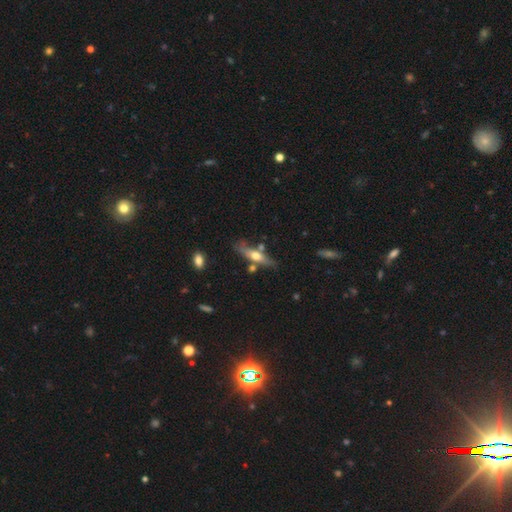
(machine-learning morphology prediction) Smooth or featured? Predicted: featured or disk (p=0.55). Edge-on disk? Predicted: yes (p=0.86). Merging? Predicted: none (p=0.66).